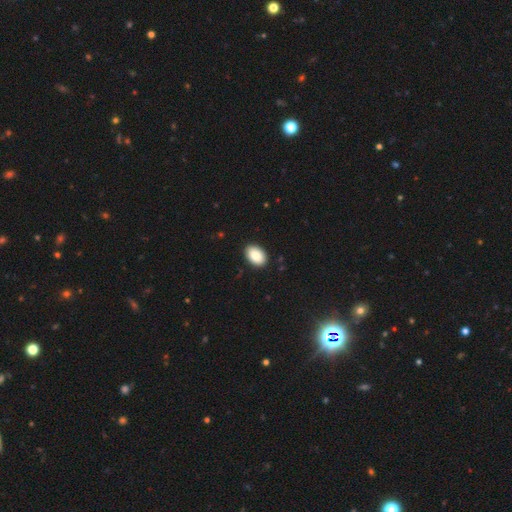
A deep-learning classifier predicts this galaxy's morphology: This appears to be a smooth galaxy with no disk features (87%) that is in between round and cigar-shaped (86%). Merging: none (90%).